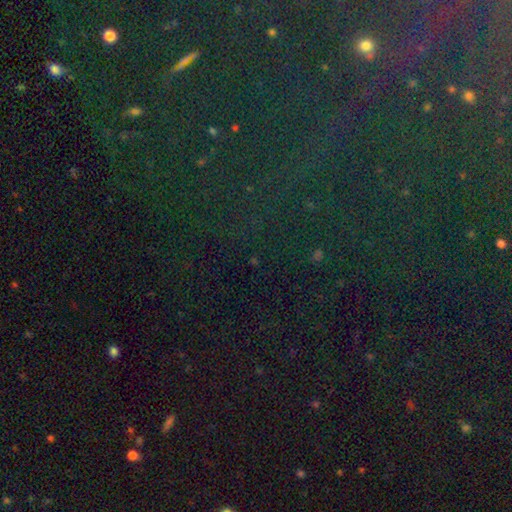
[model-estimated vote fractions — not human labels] star or artifact 82%, smooth 10%, featured or disk 8%.